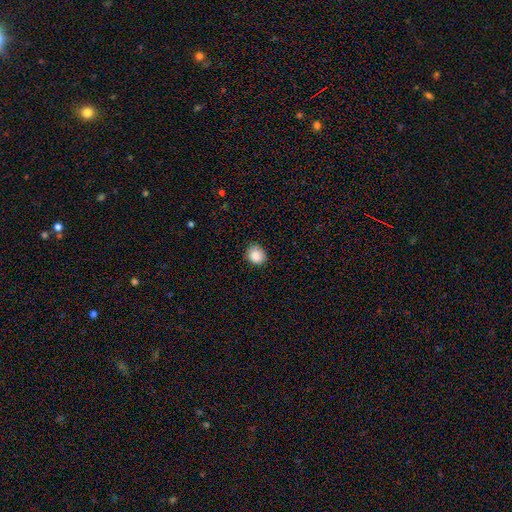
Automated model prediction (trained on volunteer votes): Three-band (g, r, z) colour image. It shows a smooth galaxy with no disk features (88%) that is round (80%). Merging: none (83%).